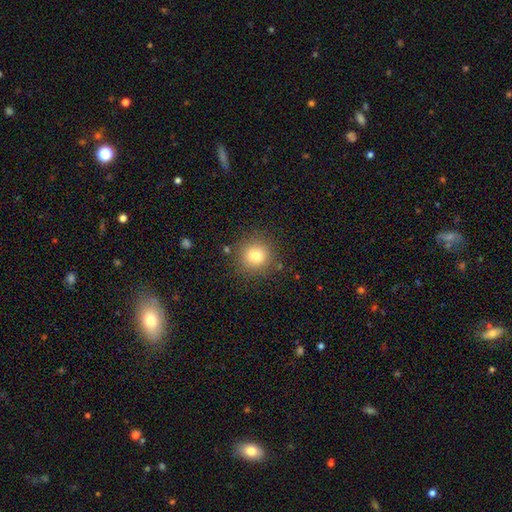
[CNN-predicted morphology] smooth 80%, star or artifact 12%, featured or disk 8%. Down the decision tree: how rounded — round (90%); merging — none (85%).